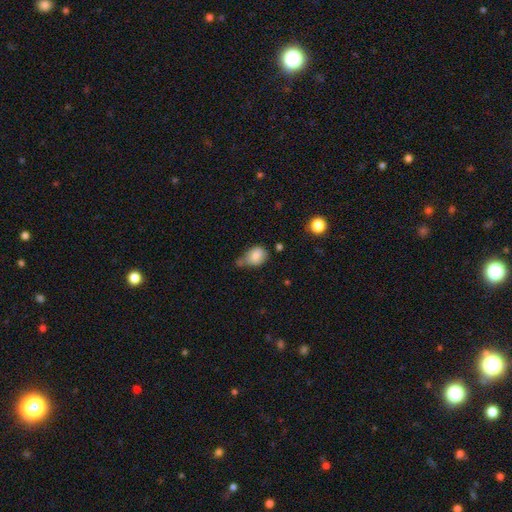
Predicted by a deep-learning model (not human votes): This appears to be a smooth galaxy with no disk features (80%) that is in between round and cigar-shaped (59%). Merging: minor disturbance (36%).